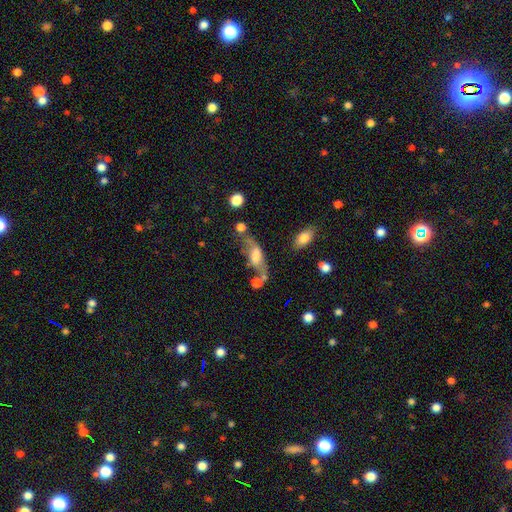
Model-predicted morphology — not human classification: smooth-or-featured: featured or disk: 46% | smooth: 44% | star or artifact: 10%
  merging: none: 38% | minor disturbance: 24% | major disturbance: 19% | merger: 19%